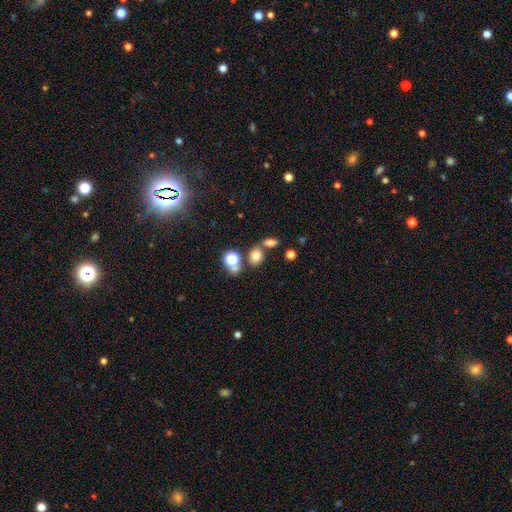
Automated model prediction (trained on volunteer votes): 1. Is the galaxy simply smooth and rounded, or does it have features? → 74% smooth, 16% star or artifact, 10% featured or disk.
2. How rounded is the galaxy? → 53% round, 46% in between, 1% cigar-shaped.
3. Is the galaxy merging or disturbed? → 60% none, 25% merger, 11% minor disturbance, 4% major disturbance.